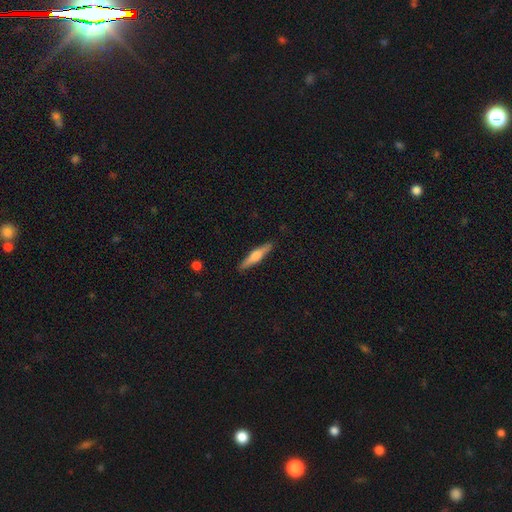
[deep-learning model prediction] This is possibly a featured or disk galaxy (54%). It is clearly viewed edge-on (96%). Edge-on bulge: clearly rounded (89%). Merging: clearly none (90%).